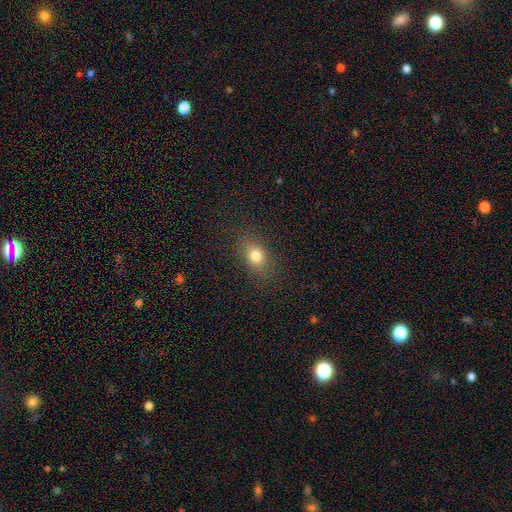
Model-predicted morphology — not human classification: smooth_or_featured: smooth (p=0.78) [alt: star or artifact p=0.13]
how_rounded: in between (p=0.64) [alt: round p=0.33]
merging: none (p=0.84) [alt: minor disturbance p=0.11]